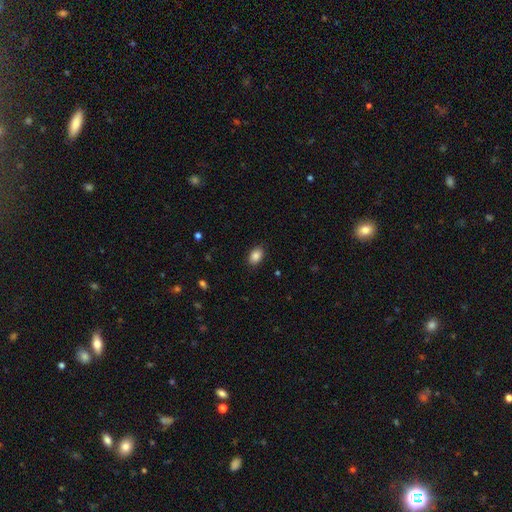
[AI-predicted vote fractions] Smooth or featured?
  - smooth: 87% *
  - star or artifact: 8%
  - featured or disk: 5%
How rounded?
  - in between: 83% *
  - round: 16%
  - cigar-shaped: 1%
Merging?
  - none: 88% *
  - minor disturbance: 9%
  - major disturbance: 2%
  - merger: 1%